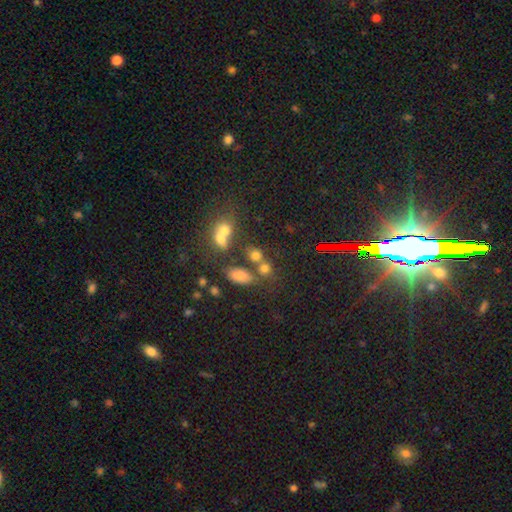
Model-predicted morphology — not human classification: type=smooth (67%); roundness=round (63%); merging=none (50%).